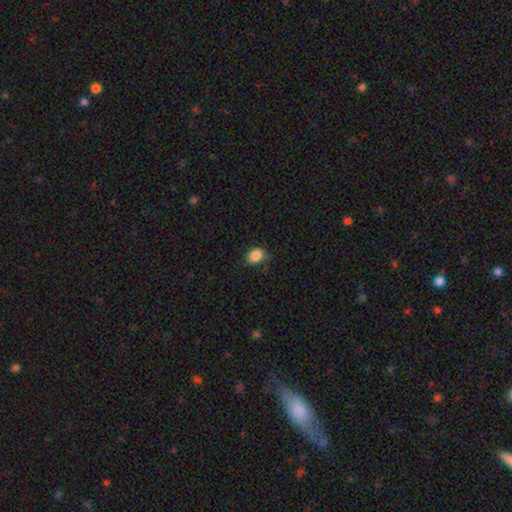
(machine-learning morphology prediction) A smooth galaxy with no disk features (86%) that is in between round and cigar-shaped (64%).

Vote fractions:
- Smooth or featured? smooth: 86% / star or artifact: 9% / featured or disk: 5%
- How rounded? in between: 64% / round: 35% / cigar-shaped: 1%
- Merging? none: 75% / minor disturbance: 19% / major disturbance: 4% / merger: 2%